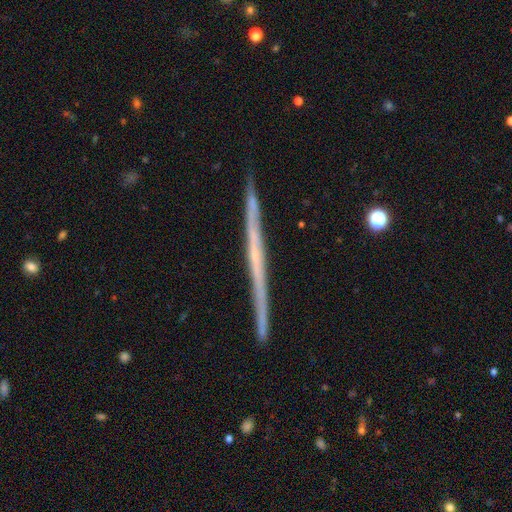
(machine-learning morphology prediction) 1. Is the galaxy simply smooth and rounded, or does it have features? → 71% featured or disk, 23% smooth, 6% star or artifact.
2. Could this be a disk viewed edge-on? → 98% yes, 2% no.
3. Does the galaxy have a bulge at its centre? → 80% none, 15% rounded, 5% boxy.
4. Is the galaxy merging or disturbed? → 91% none, 7% minor disturbance, 1% merger, 1% major disturbance.